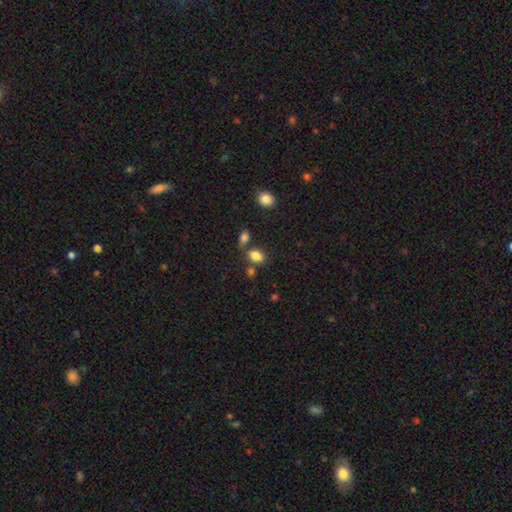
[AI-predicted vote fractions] The model was most divided on "merging": none: 60%, merger: 22%, minor disturbance: 13%, major disturbance: 4%. More confident: how rounded — in between (84%); smooth or featured — smooth (84%).